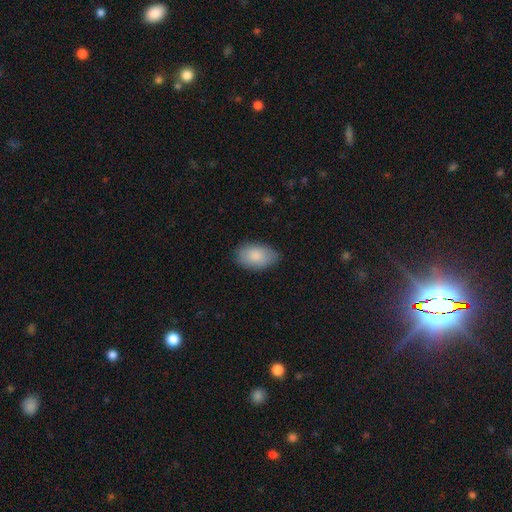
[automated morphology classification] Overall: smooth (87%). How rounded: in between (91%). Merging: none (79%).